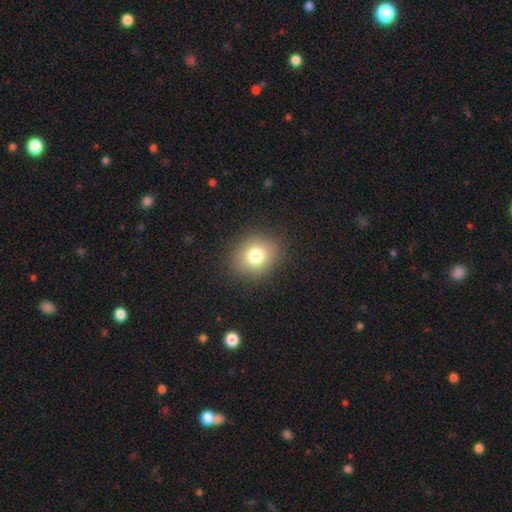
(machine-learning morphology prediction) A smooth galaxy with no disk features (78%) that is round (71%).

Vote fractions:
- Smooth or featured? smooth: 78% / star or artifact: 12% / featured or disk: 10%
- How rounded? round: 71% / in between: 28% / cigar-shaped: 1%
- Merging? none: 88% / minor disturbance: 8% / major disturbance: 3% / merger: 1%